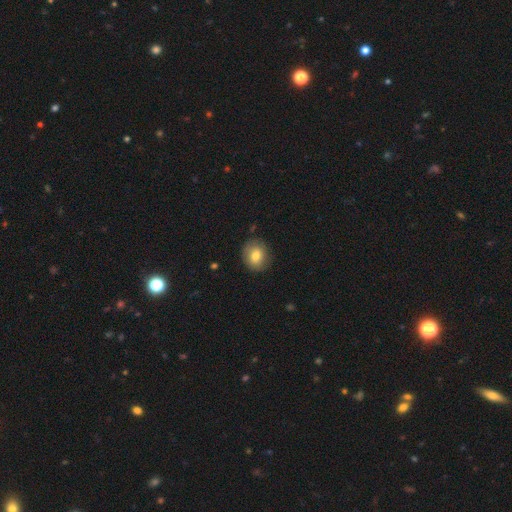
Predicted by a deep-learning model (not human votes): Q: Smooth or featured?
A: smooth (78%); runner-up: featured or disk (13%)
Q: How rounded?
A: round (72%); runner-up: in between (27%)
Q: Merging?
A: none (84%); runner-up: minor disturbance (12%)